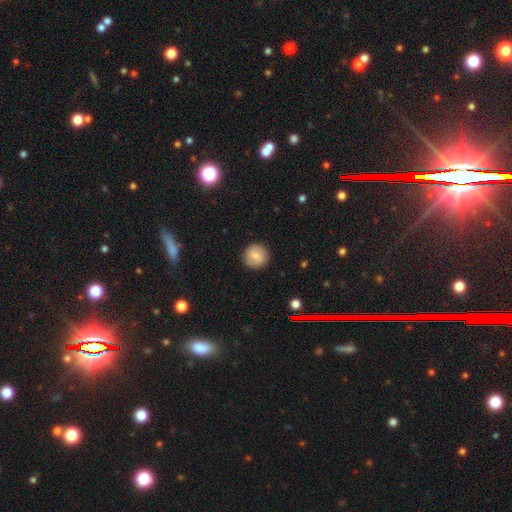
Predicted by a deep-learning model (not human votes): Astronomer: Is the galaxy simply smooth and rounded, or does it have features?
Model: smooth — 76%.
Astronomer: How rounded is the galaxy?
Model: round — 94%.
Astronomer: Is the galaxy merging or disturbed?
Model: none — 90%.